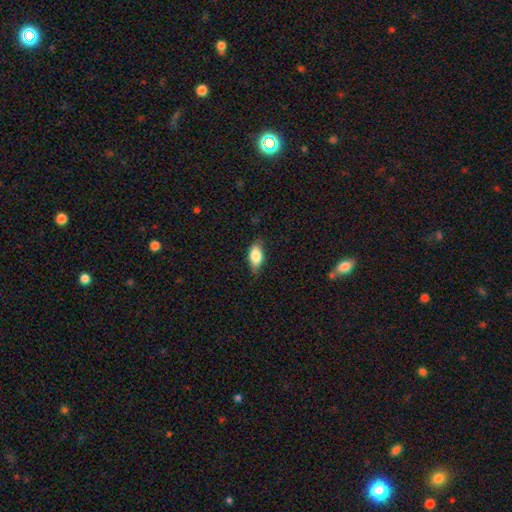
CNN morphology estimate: A smooth galaxy with no disk features (82%) that is in between round and cigar-shaped (88%). Merging: none (77%).